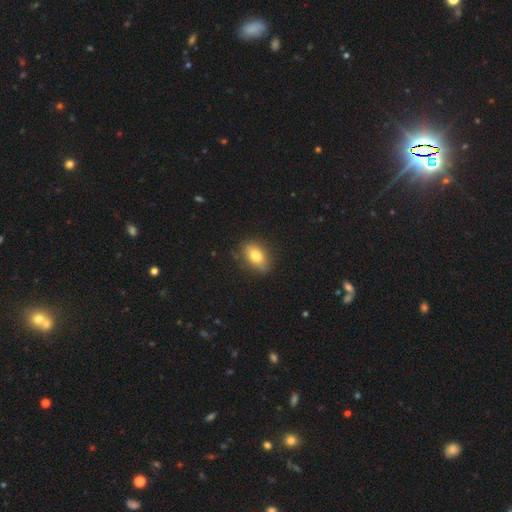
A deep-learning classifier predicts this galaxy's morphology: smooth_or_featured: smooth (p=0.77) [alt: featured or disk p=0.15]
how_rounded: in between (p=0.84) [alt: round p=0.12]
merging: none (p=0.80) [alt: minor disturbance p=0.15]